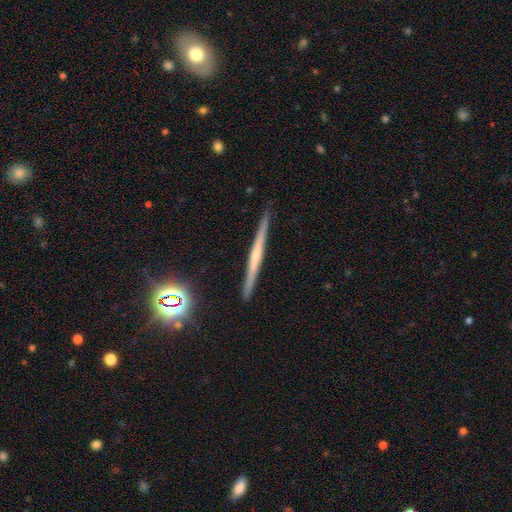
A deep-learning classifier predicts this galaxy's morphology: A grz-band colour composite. It shows a featured or disk galaxy (60%) viewed edge-on (98%) with no central bulge (60%). Merging: none (91%).